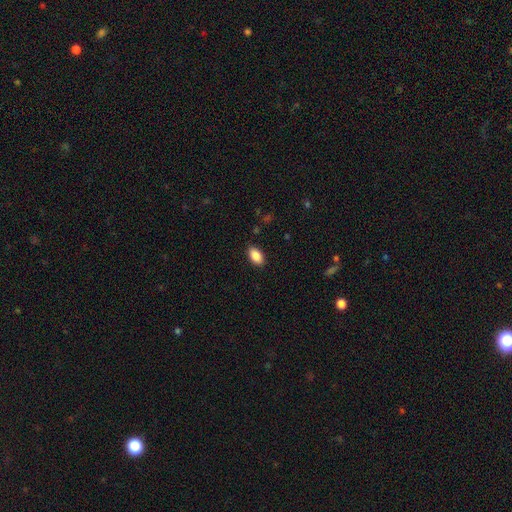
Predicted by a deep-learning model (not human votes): Smooth or featured? Predicted: smooth (p=0.89). How rounded? Predicted: in between (p=0.93). Merging? Predicted: none (p=0.88).